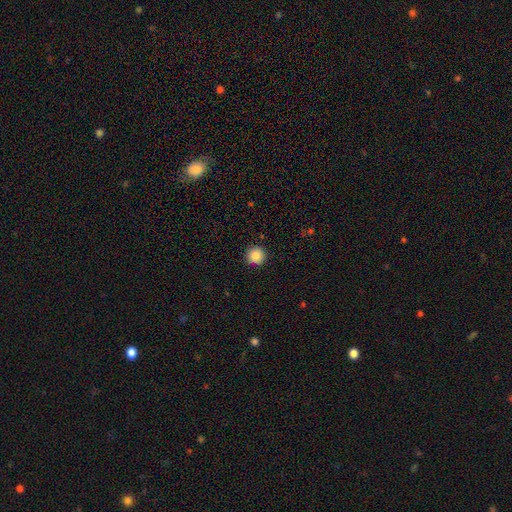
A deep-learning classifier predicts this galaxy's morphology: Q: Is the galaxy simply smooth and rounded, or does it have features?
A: smooth — 86%.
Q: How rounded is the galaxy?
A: round — 96%.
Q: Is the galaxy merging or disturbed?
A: none — 91%.